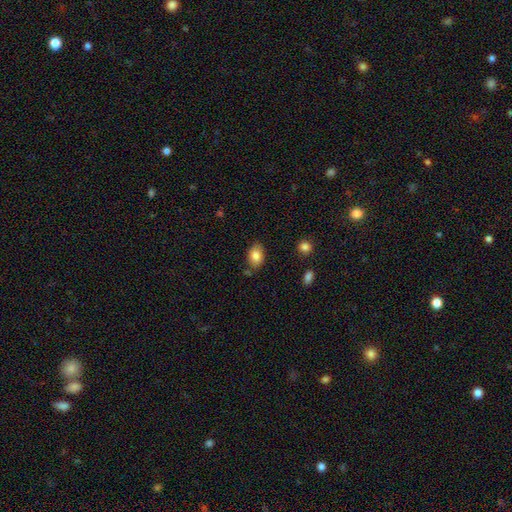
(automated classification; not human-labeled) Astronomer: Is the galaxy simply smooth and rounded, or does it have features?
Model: smooth — 84%.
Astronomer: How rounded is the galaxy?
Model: in between — 84%.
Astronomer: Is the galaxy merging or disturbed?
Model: none — 78%.